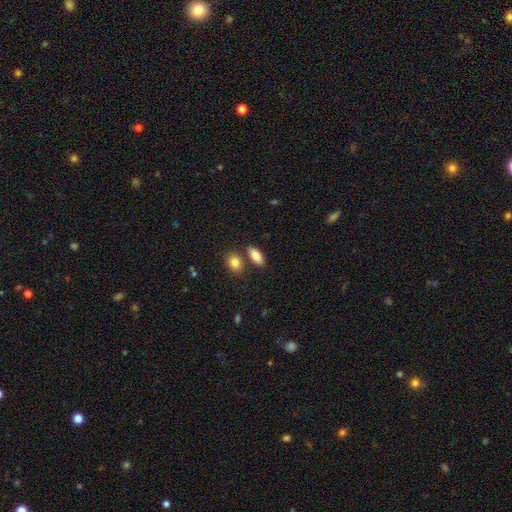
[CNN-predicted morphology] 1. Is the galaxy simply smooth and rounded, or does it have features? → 83% smooth, 10% featured or disk, 7% star or artifact.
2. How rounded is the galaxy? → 86% in between, 9% cigar-shaped, 5% round.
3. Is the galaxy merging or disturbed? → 73% none, 14% merger, 10% minor disturbance, 3% major disturbance.